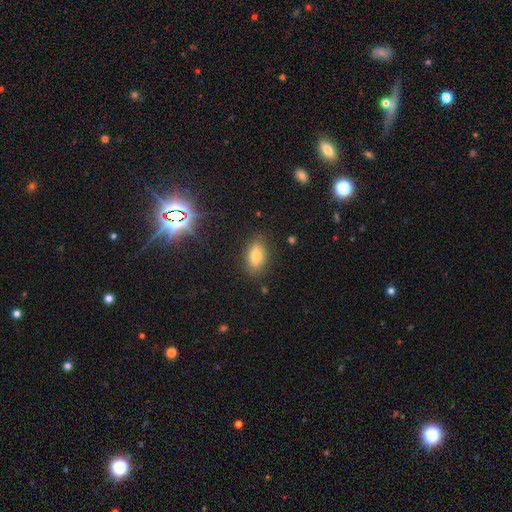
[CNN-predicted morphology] The model was most divided on "smooth or featured": smooth: 73%, featured or disk: 15%, star or artifact: 12%. More confident: how rounded — in between (86%); merging — none (83%).